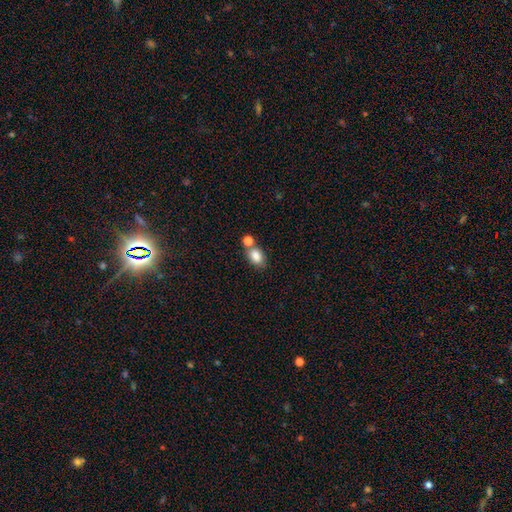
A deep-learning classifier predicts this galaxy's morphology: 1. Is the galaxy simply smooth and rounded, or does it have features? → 83% smooth, 9% star or artifact, 7% featured or disk.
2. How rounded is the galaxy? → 77% in between, 21% round, 2% cigar-shaped.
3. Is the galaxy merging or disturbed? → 54% none, 31% merger, 11% minor disturbance, 4% major disturbance.